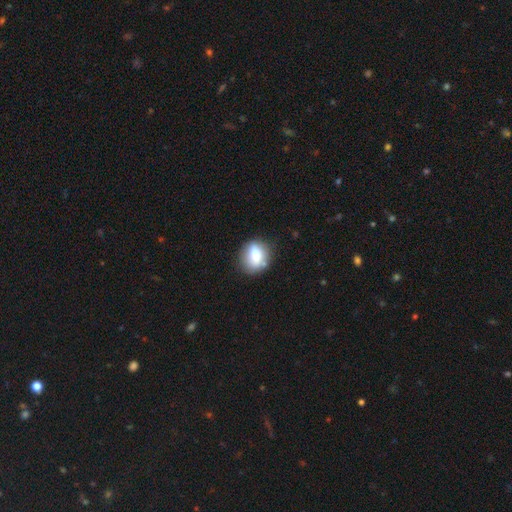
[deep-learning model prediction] Morphology: type=smooth (75%); roundness=round (57%); merging=none (74%).